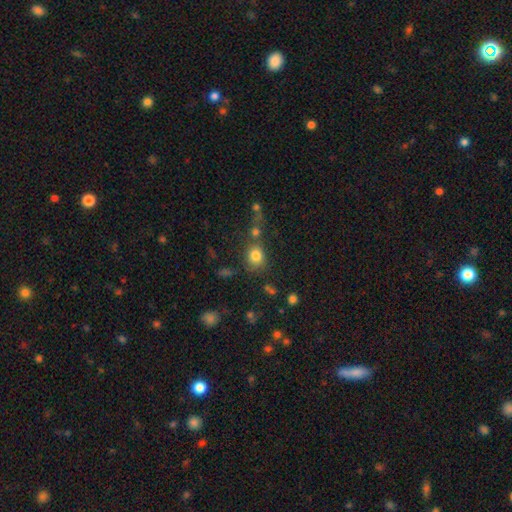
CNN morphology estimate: smooth-or-featured: smooth: 80% | star or artifact: 13% | featured or disk: 8%
  how-rounded: round: 68% | in between: 31% | cigar-shaped: 1%
  merging: none: 63% | merger: 17% | minor disturbance: 13% | major disturbance: 7%